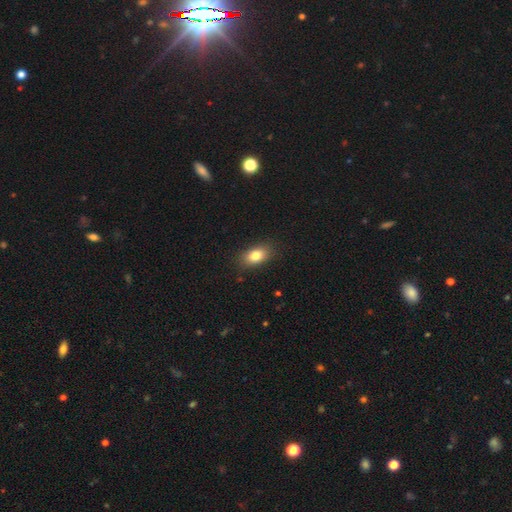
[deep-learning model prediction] The model was most divided on "smooth or featured": smooth: 81%, featured or disk: 10%, star or artifact: 9%. More confident: merging — none (86%); how rounded — in between (86%).